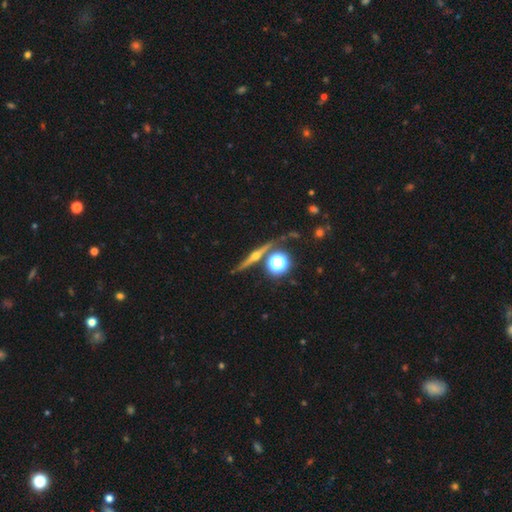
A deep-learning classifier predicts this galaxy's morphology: A featured or disk galaxy (76%) viewed edge-on (96%) with a rounded central bulge (94%). Merging: none (83%).